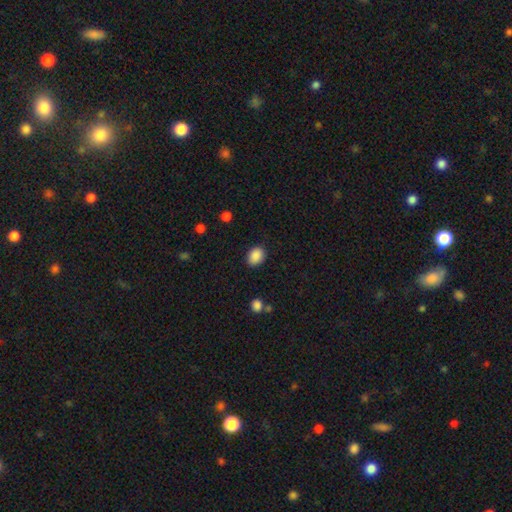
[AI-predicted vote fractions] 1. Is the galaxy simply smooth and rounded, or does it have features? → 89% smooth, 9% star or artifact, 3% featured or disk.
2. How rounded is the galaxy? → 62% in between, 37% round, 1% cigar-shaped.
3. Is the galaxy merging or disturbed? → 86% none, 10% minor disturbance, 3% major disturbance, 1% merger.